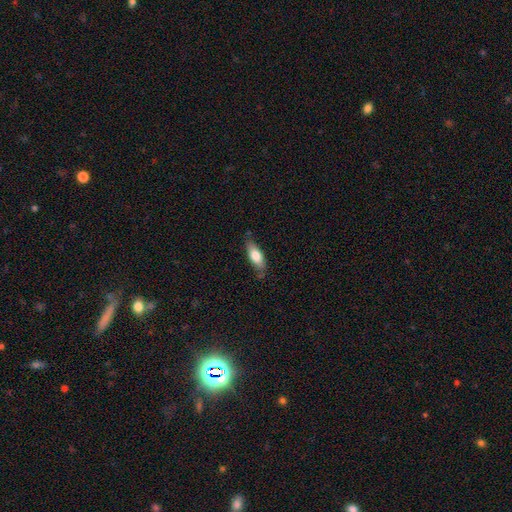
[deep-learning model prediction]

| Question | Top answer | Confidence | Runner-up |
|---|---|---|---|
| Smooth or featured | smooth | 74% | featured or disk (20%) |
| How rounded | in between | 70% | cigar-shaped (27%) |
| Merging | none | 73% | minor disturbance (21%) |